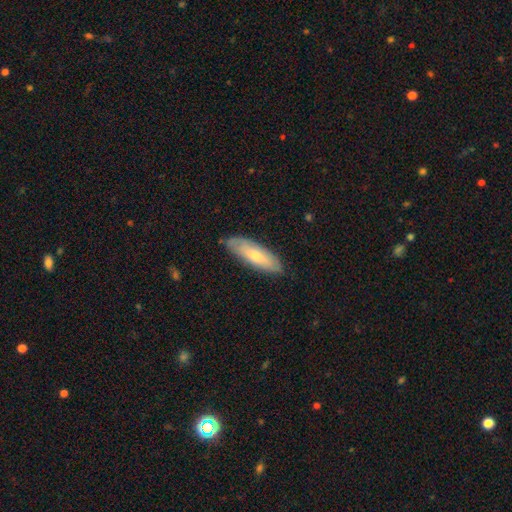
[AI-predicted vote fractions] Smooth or featured?
  - smooth: 66% *
  - featured or disk: 29%
  - star or artifact: 5%
How rounded?
  - in between: 56% *
  - cigar-shaped: 43%
  - round: 2%
Merging?
  - none: 80% *
  - minor disturbance: 16%
  - major disturbance: 3%
  - merger: 1%